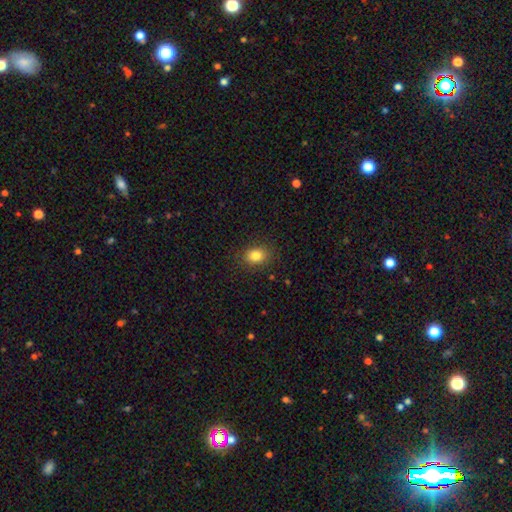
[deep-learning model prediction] smooth_or_featured: smooth (p=0.83) [alt: star or artifact p=0.10]
how_rounded: in between (p=0.58) [alt: round p=0.41]
merging: none (p=0.86) [alt: minor disturbance p=0.10]